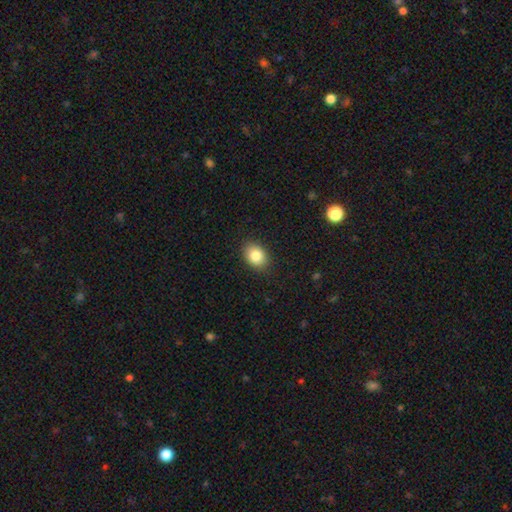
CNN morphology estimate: This is clearly a smooth galaxy (84%). How rounded: likely in between (70%). Merging: clearly none (87%).